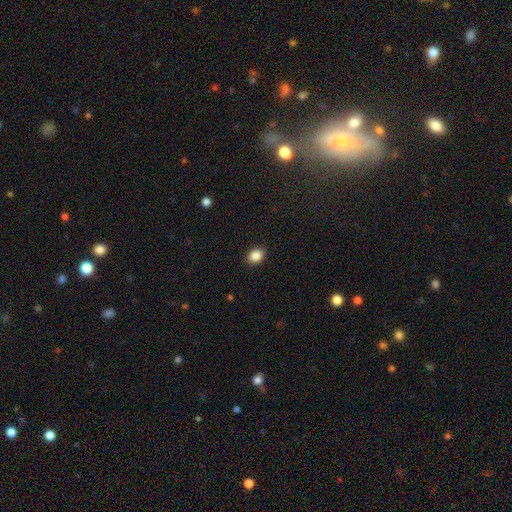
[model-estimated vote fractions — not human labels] This is clearly a smooth galaxy (88%). How rounded: likely in between (64%). Merging: clearly none (90%).